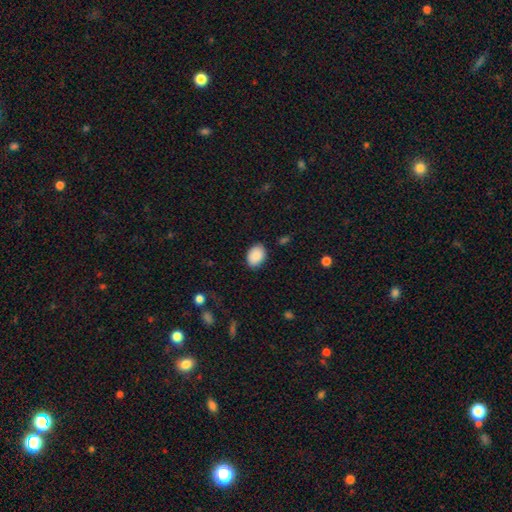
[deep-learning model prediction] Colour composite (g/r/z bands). It shows a smooth galaxy with no disk features (89%) that is in between round and cigar-shaped (79%). Merging: none (84%).